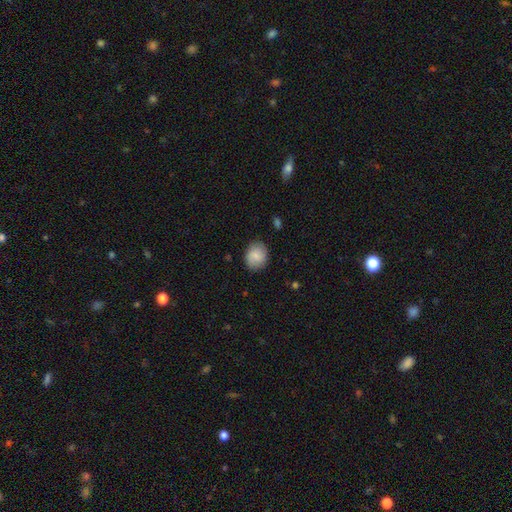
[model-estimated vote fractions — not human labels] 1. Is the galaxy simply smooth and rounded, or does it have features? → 80% smooth, 13% featured or disk, 7% star or artifact.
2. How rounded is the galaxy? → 62% round, 37% in between, 1% cigar-shaped.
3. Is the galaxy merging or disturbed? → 83% none, 13% minor disturbance, 3% major disturbance, 1% merger.